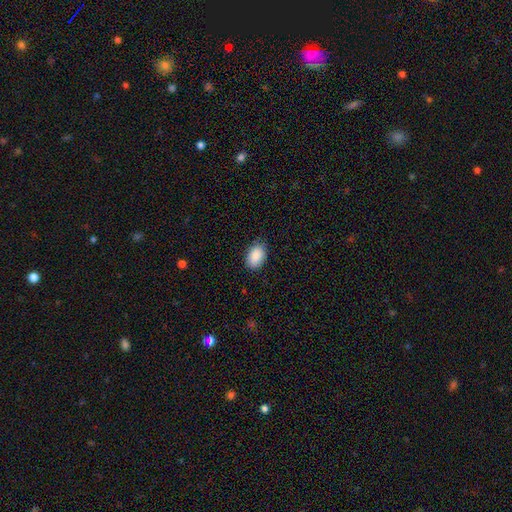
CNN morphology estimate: Smooth or featured? Predicted: smooth (p=0.89). How rounded? Predicted: in between (p=0.88). Merging? Predicted: none (p=0.81).